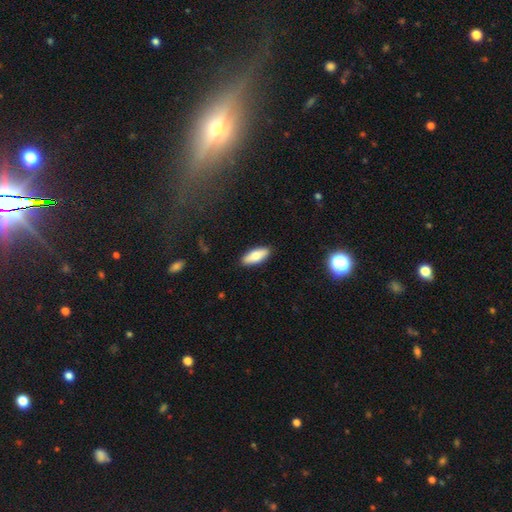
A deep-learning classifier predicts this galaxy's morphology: Smooth or featured? Predicted: smooth (p=0.78). How rounded? Predicted: in between (p=0.72). Merging? Predicted: none (p=0.89).